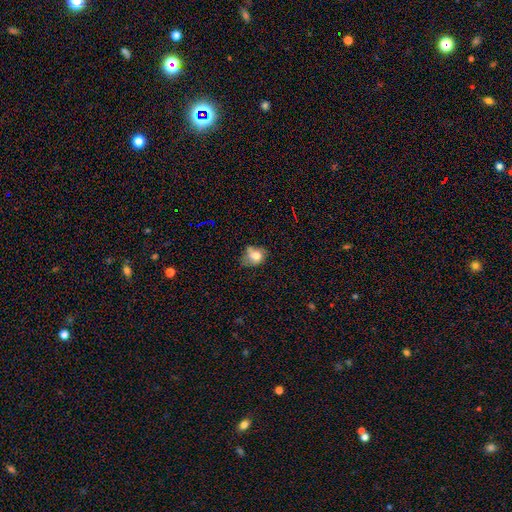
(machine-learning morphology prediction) This appears to be a smooth galaxy with no disk features (69%) that is round (53%). Merging: none (40%).